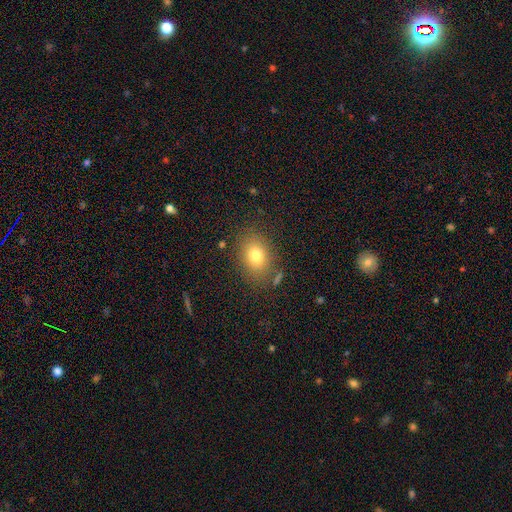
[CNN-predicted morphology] smooth-or-featured: smooth: 78% | featured or disk: 11% | star or artifact: 11%
  how-rounded: in between: 70% | round: 29% | cigar-shaped: 1%
  merging: none: 81% | minor disturbance: 12% | major disturbance: 4% | merger: 3%